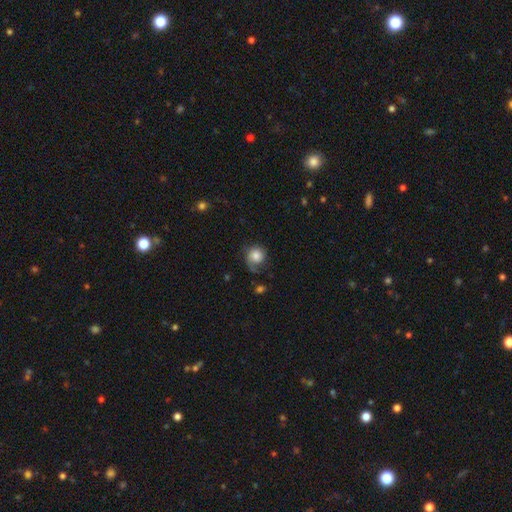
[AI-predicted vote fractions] smooth_or_featured: smooth (p=0.71) [alt: featured or disk p=0.20]
how_rounded: round (p=0.83) [alt: in between p=0.16]
merging: none (p=0.53) [alt: minor disturbance p=0.27]